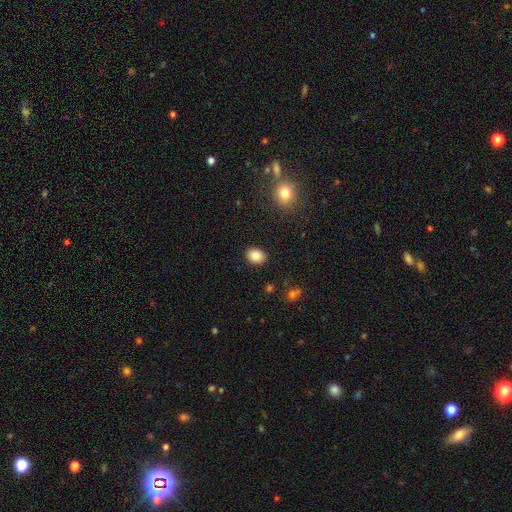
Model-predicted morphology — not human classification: type=smooth (87%); roundness=in between (60%); merging=none (90%).